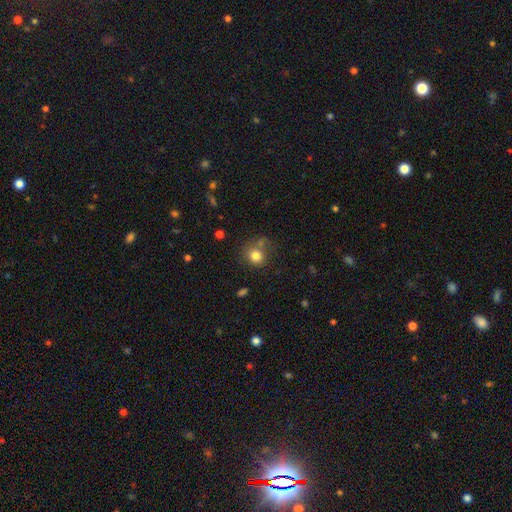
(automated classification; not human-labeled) A smooth galaxy with no disk features (80%) that is round (74%).

Vote fractions:
- Smooth or featured? smooth: 80% / star or artifact: 12% / featured or disk: 8%
- How rounded? round: 74% / in between: 25% / cigar-shaped: 1%
- Merging? none: 62% / minor disturbance: 18% / merger: 12% / major disturbance: 8%